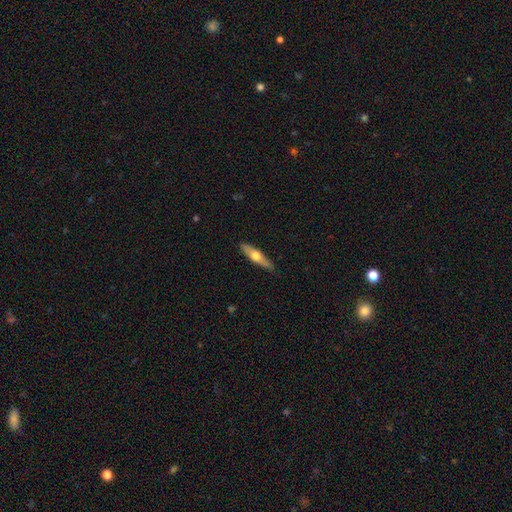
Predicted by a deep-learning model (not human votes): smooth-or-featured: featured or disk: 48% | smooth: 47% | star or artifact: 5%
  merging: none: 87% | minor disturbance: 10% | major disturbance: 2% | merger: 1%